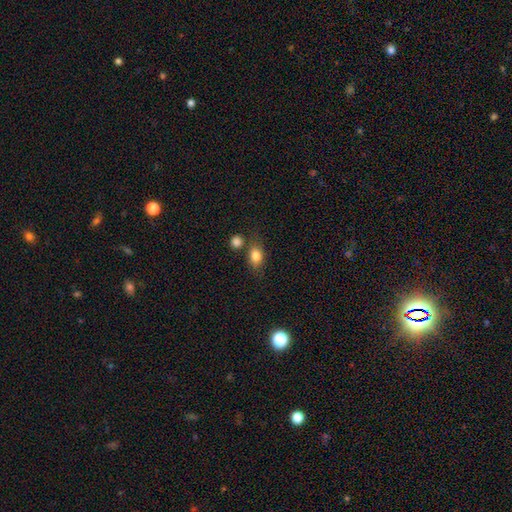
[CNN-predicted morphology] A smooth galaxy with no disk features (82%) that is in between round and cigar-shaped (70%).

Vote fractions:
- Smooth or featured? smooth: 82% / star or artifact: 9% / featured or disk: 9%
- How rounded? in between: 70% / round: 27% / cigar-shaped: 2%
- Merging? none: 64% / merger: 16% / minor disturbance: 15% / major disturbance: 5%